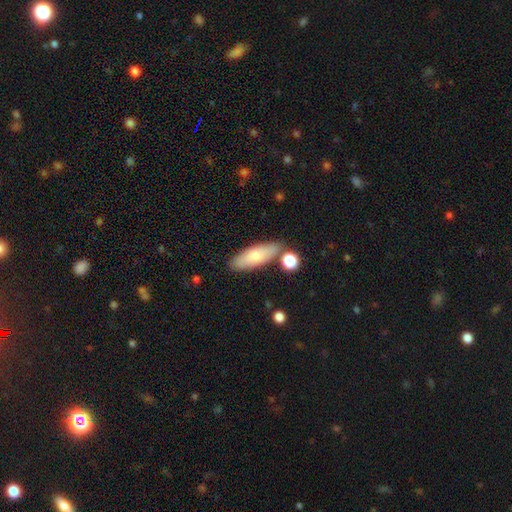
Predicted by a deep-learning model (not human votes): This appears to be a smooth galaxy with no disk features (75%) that is in between round and cigar-shaped (65%). Merging: none (75%).